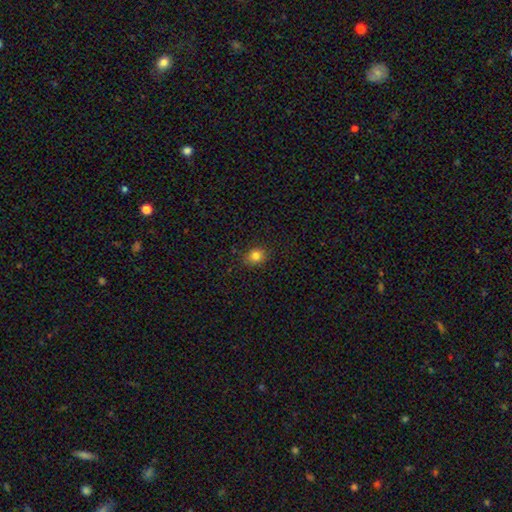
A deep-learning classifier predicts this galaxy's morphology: Smooth or featured? smooth (81%)
How rounded? round (63%)
Merging? none (86%)